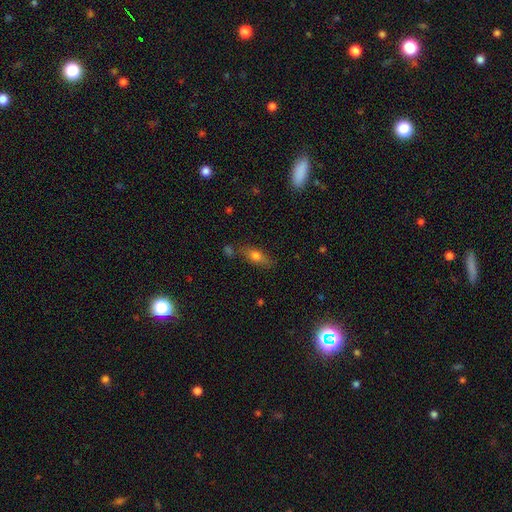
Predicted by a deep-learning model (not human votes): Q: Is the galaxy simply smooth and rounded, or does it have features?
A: smooth — 67%.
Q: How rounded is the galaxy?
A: in between — 65%.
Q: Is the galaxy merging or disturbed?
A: none — 71%.